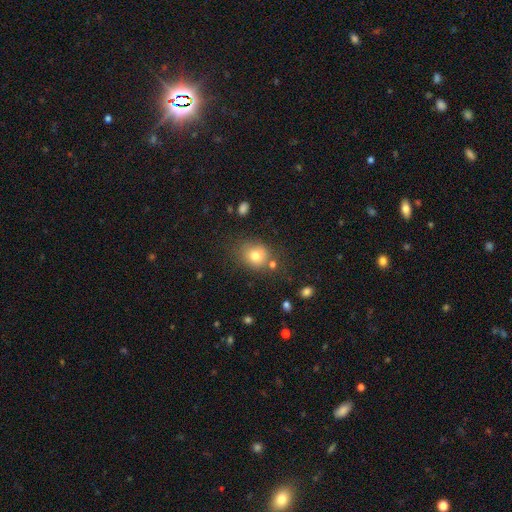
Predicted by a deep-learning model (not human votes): smooth-or-featured: smooth: 76% | star or artifact: 13% | featured or disk: 11%
  how-rounded: round: 66% | in between: 33% | cigar-shaped: 1%
  merging: none: 67% | minor disturbance: 17% | merger: 10% | major disturbance: 6%